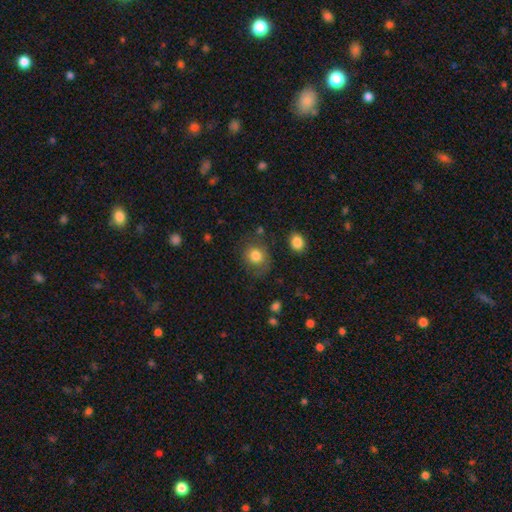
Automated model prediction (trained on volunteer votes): smooth-or-featured: smooth: 80% | featured or disk: 10% | star or artifact: 10%
  how-rounded: round: 74% | in between: 25% | cigar-shaped: 1%
  merging: none: 68% | minor disturbance: 19% | major disturbance: 10% | merger: 3%